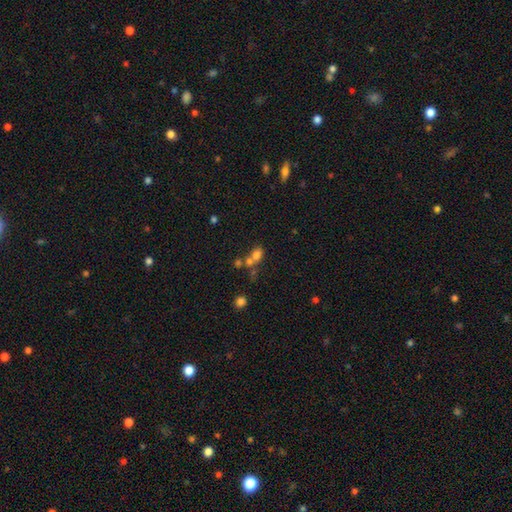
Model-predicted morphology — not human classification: The model was most divided on "how rounded": round: 53%, in between: 45%, cigar-shaped: 2%. More confident: smooth or featured — smooth (68%); merging — merger (51%).